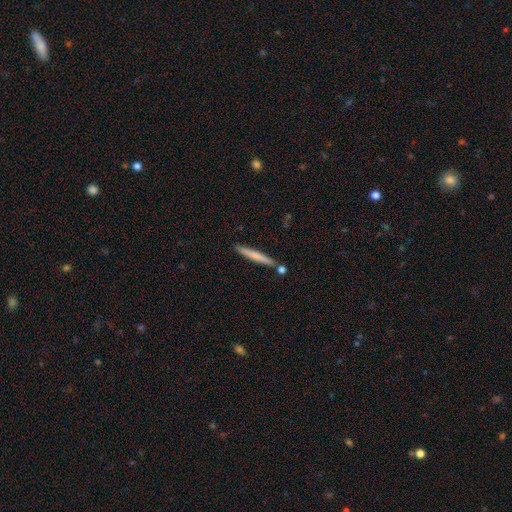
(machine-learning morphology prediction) This is likely a smooth galaxy (66%). How rounded: clearly cigar-shaped (96%). Merging: clearly none (84%).